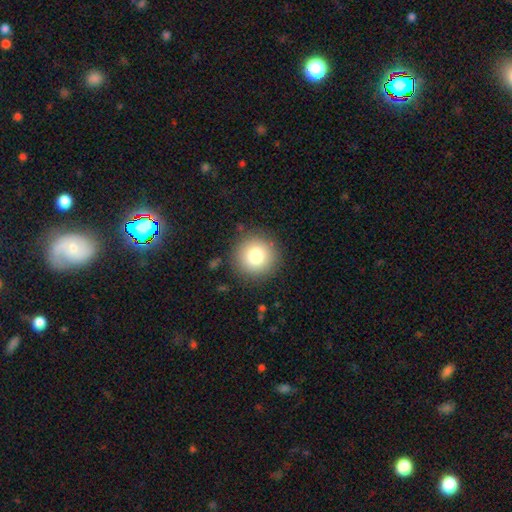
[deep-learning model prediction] Smooth or featured: smooth — 80% (star or artifact — 11%)
How rounded: round — 96% (in between — 3%)
Merging: none — 89% (minor disturbance — 7%)